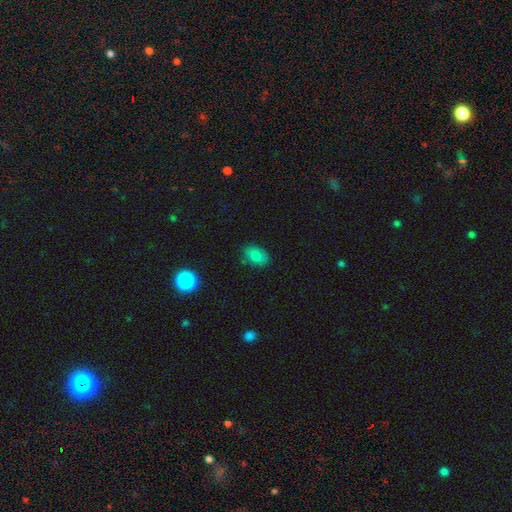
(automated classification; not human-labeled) smooth 82%, star or artifact 11%, featured or disk 7%. Down the decision tree: how rounded — in between (83%); merging — none (79%).